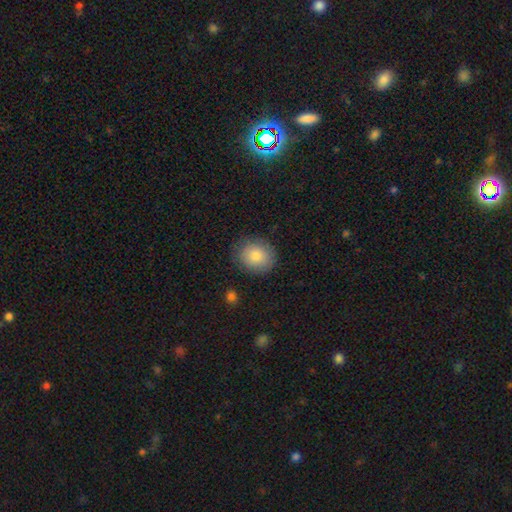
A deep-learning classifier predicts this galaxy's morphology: This is clearly a smooth galaxy (81%). How rounded: likely round (70%). Merging: clearly none (84%).